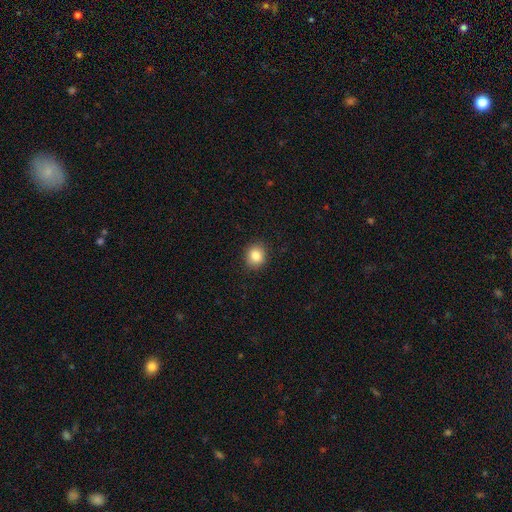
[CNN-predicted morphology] type=smooth (85%); roundness=round (76%); merging=none (90%).